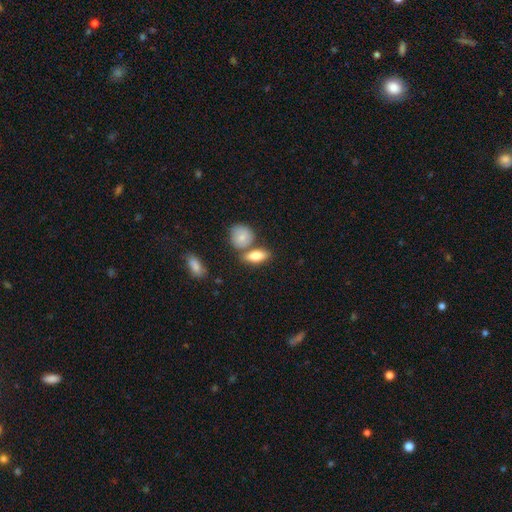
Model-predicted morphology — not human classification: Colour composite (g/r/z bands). It shows a smooth galaxy with no disk features (75%) that is in between round and cigar-shaped (77%). Merging: none (61%).